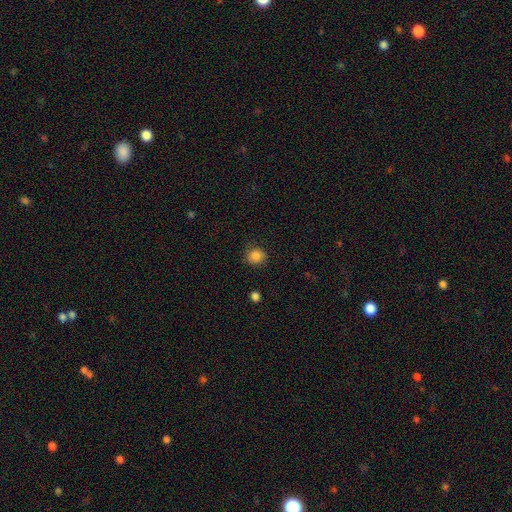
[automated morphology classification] smooth_or_featured: smooth (p=0.86) [alt: star or artifact p=0.10]
how_rounded: round (p=0.83) [alt: in between p=0.16]
merging: none (p=0.81) [alt: minor disturbance p=0.14]